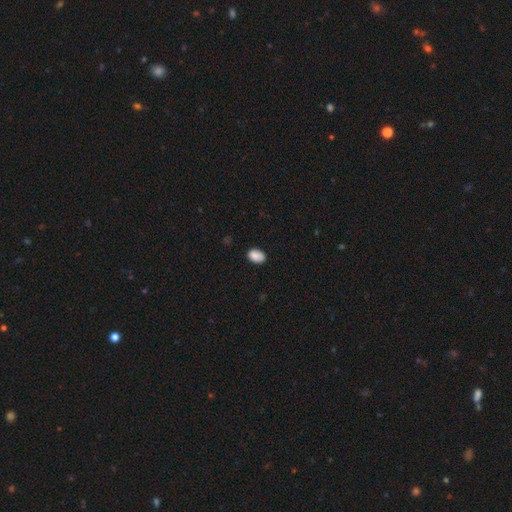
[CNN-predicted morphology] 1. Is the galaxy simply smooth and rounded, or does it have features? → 87% smooth, 8% star or artifact, 5% featured or disk.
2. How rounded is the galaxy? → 82% in between, 17% round, 1% cigar-shaped.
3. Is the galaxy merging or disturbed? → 82% none, 15% minor disturbance, 2% major disturbance, 1% merger.